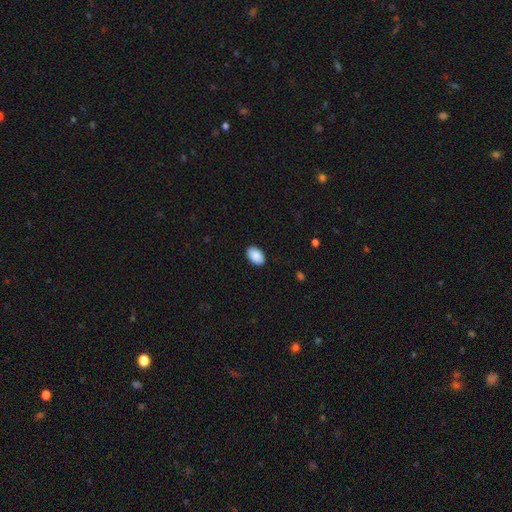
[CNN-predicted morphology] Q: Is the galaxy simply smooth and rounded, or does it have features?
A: smooth — 91%.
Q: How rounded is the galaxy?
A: in between — 92%.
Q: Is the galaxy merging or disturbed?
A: none — 89%.